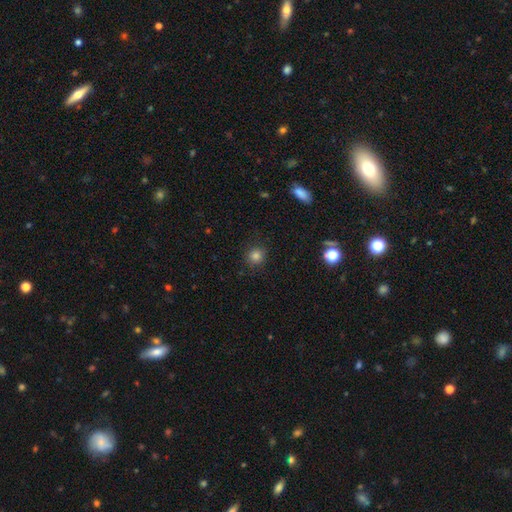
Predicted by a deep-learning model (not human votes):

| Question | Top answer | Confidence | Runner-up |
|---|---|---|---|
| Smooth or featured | smooth | 81% | star or artifact (14%) |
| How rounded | round | 89% | in between (10%) |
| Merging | none | 87% | minor disturbance (9%) |